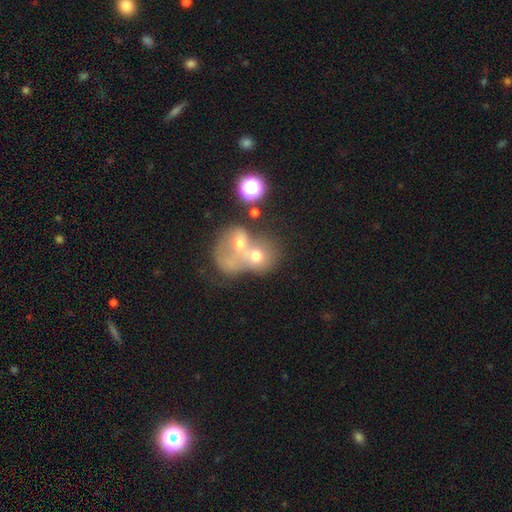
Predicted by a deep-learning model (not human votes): This appears to be a smooth galaxy with no disk features (54%) that is round (56%). Merging: merger (72%).